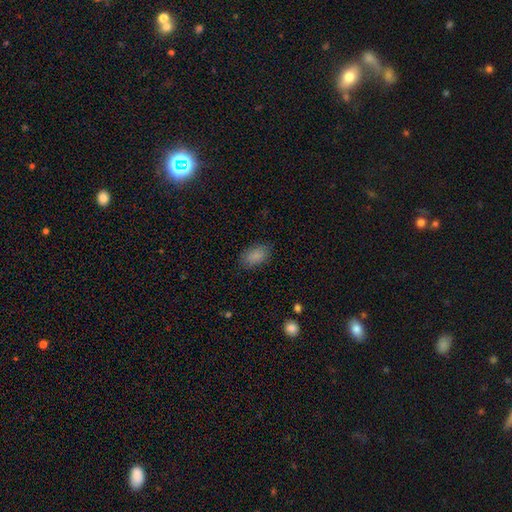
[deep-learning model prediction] Smooth or featured? smooth (87%)
How rounded? in between (91%)
Merging? none (84%)